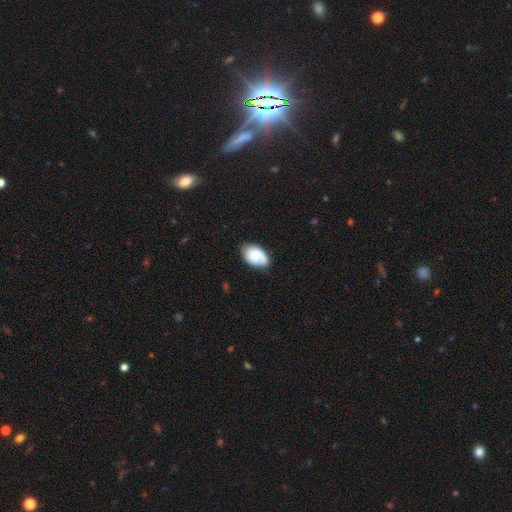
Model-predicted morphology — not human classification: type=smooth (63%); roundness=in between (90%); merging=none (67%).